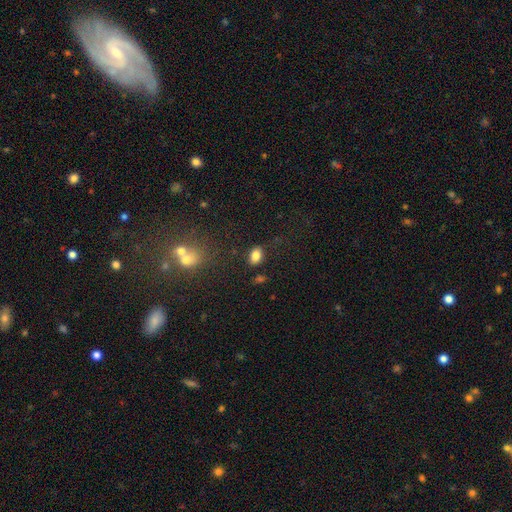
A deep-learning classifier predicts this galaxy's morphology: Q: Smooth or featured?
A: smooth (83%); runner-up: star or artifact (10%)
Q: How rounded?
A: in between (79%); runner-up: round (20%)
Q: Merging?
A: none (81%); runner-up: minor disturbance (12%)